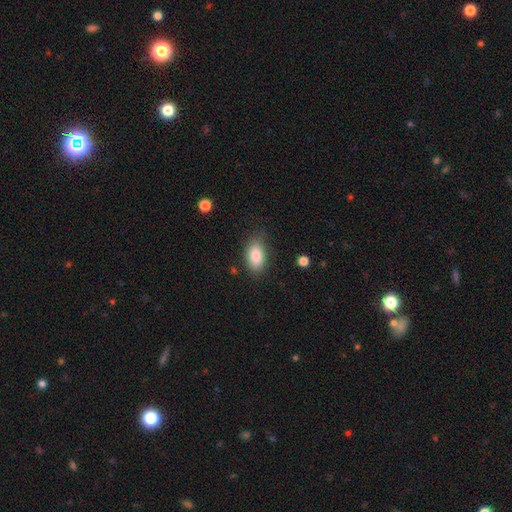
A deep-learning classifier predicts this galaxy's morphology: type=smooth (84%); roundness=in between (91%); merging=none (79%).